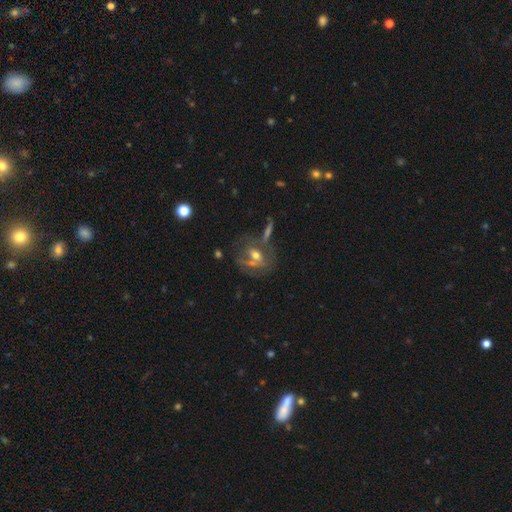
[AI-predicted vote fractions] Q: Smooth or featured?
A: featured or disk (53%); runner-up: smooth (36%)
Q: Edge-on disk?
A: no (87%); runner-up: yes (13%)
Q: Merging?
A: none (47%); runner-up: merger (22%)